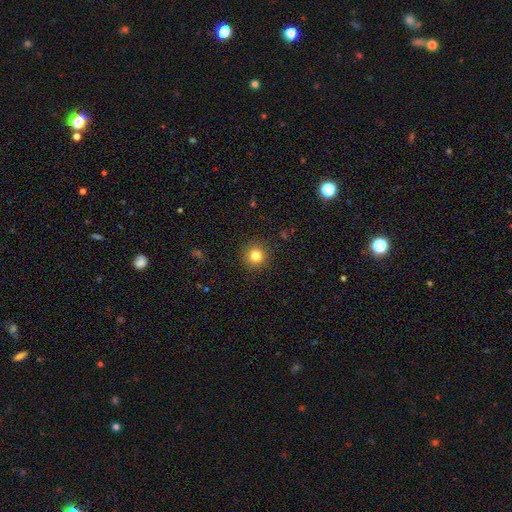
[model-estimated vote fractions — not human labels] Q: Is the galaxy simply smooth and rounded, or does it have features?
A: smooth — 81%.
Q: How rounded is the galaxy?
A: round — 94%.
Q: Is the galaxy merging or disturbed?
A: none — 91%.